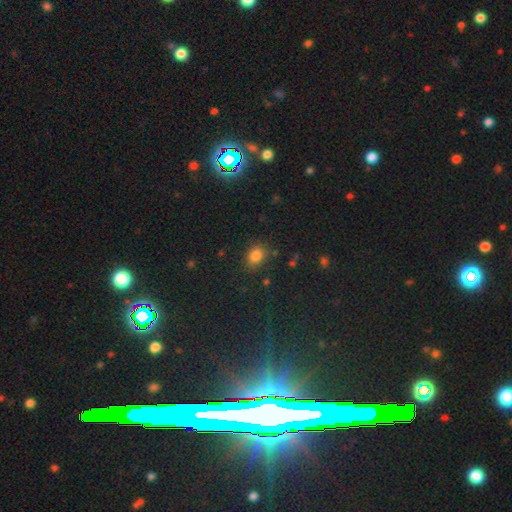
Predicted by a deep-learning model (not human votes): smooth-or-featured: smooth: 80% | star or artifact: 14% | featured or disk: 6%
  how-rounded: in between: 55% | round: 43% | cigar-shaped: 1%
  merging: none: 78% | minor disturbance: 14% | major disturbance: 5% | merger: 3%